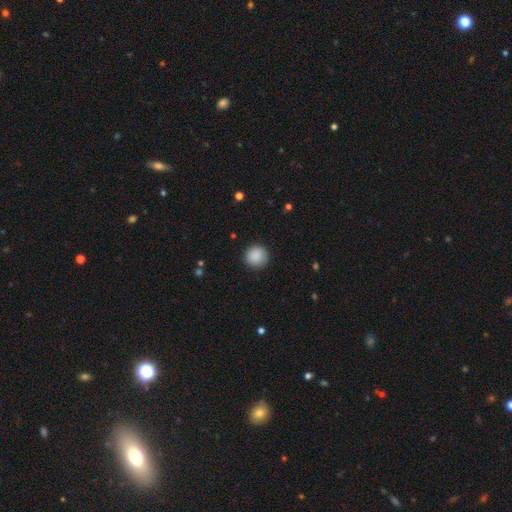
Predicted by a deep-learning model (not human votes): A smooth galaxy with no disk features (89%) that is round (94%). Merging: none (89%).